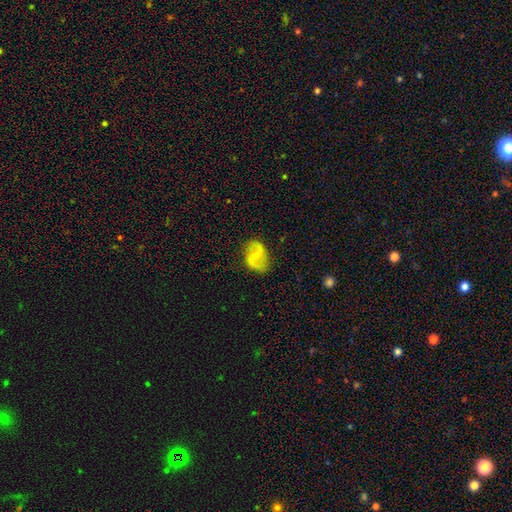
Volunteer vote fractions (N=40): This is clearly a featured or disk galaxy (98%). It is clearly not viewed edge-on (100%). Bar: marginally no (41%). Spiral arm pattern: clearly yes (95%). Spiral arm count: clearly 2 (100%). Spiral winding: possibly medium (59%). Central bulge: likely moderate (74%). Merging: clearly none (87%).